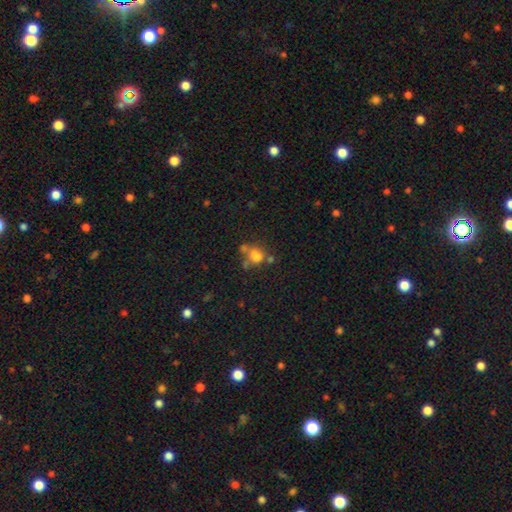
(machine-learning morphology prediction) Smooth or featured?
  - smooth: 65% *
  - featured or disk: 18%
  - star or artifact: 17%
How rounded?
  - round: 54% *
  - in between: 44%
  - cigar-shaped: 2%
Merging?
  - merger: 39% *
  - none: 37%
  - minor disturbance: 14%
  - major disturbance: 10%